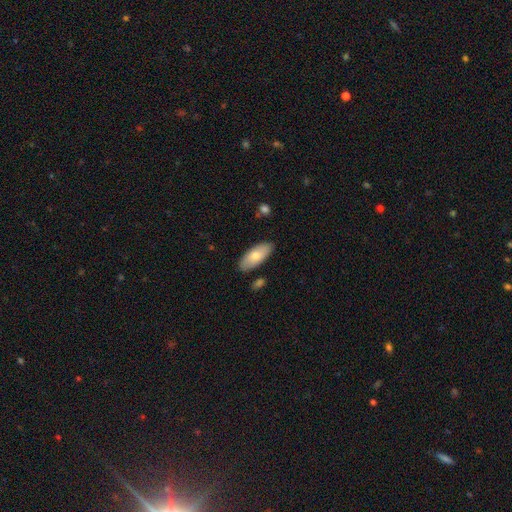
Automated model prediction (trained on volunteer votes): Smooth or featured: smooth — 73% (featured or disk — 21%)
How rounded: in between — 86% (cigar-shaped — 12%)
Merging: none — 84% (minor disturbance — 11%)